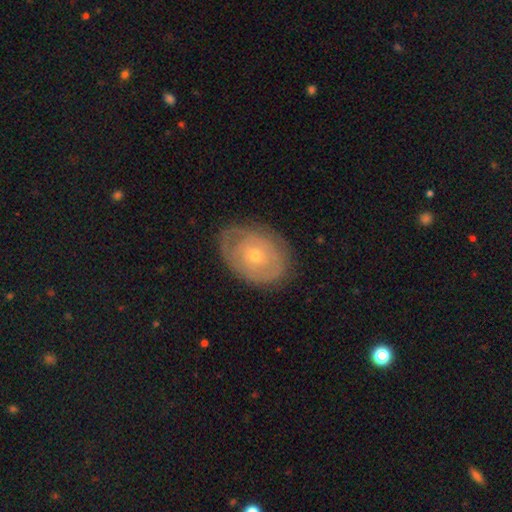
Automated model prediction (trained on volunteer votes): A featured or disk galaxy (62%) with no bar (84%), spiral arms (53%) and a small central bulge (63%). Merging: none (74%).